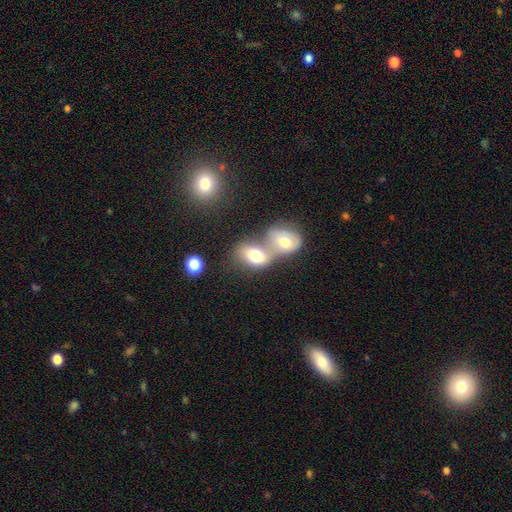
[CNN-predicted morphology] type=smooth (71%); roundness=in between (74%); merging=merger (70%).